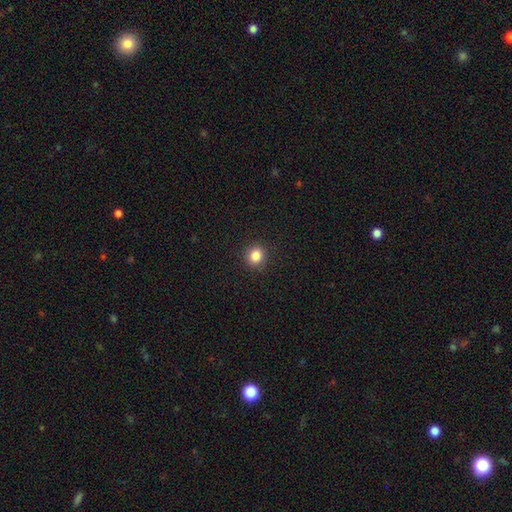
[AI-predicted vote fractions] Morphology: type=smooth (85%); roundness=round (84%); merging=none (91%).